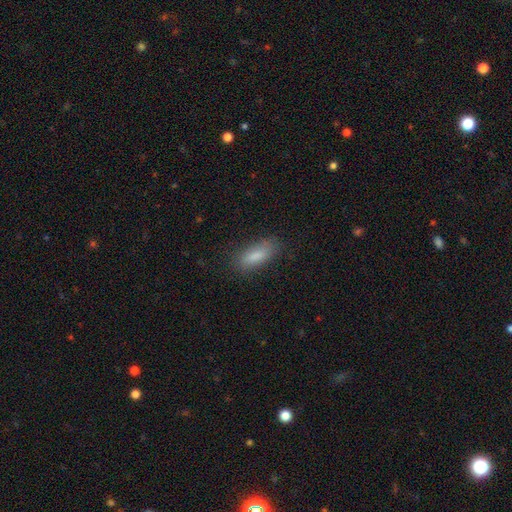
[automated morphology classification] type=smooth (84%); roundness=in between (70%); merging=none (81%).